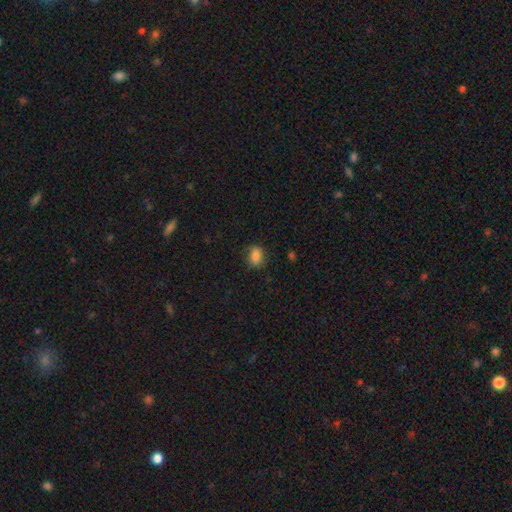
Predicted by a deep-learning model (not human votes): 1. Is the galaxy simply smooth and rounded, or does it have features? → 84% smooth, 9% star or artifact, 6% featured or disk.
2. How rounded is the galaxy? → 66% in between, 32% round, 2% cigar-shaped.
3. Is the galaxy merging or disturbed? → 76% none, 19% minor disturbance, 5% major disturbance, 1% merger.